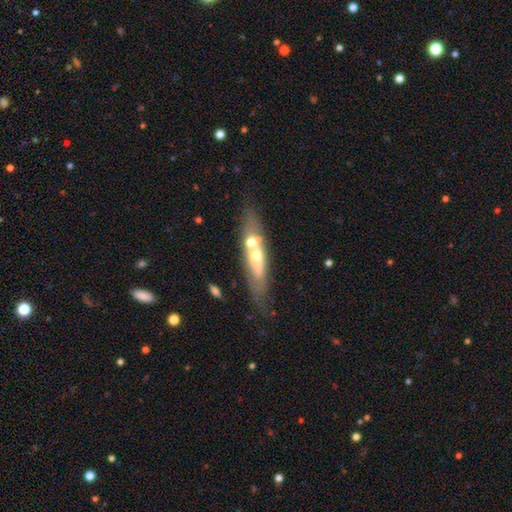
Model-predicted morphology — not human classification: Smooth or featured? featured or disk (54%)
Edge-on disk? no (53%)
Merging? none (55%)